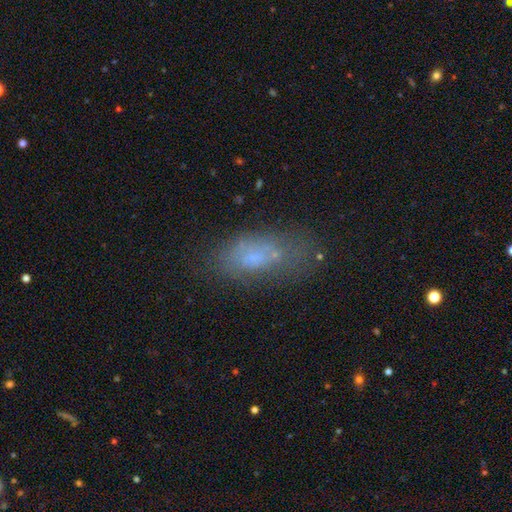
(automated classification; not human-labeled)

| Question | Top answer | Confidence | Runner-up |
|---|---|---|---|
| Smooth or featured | smooth | 59% | featured or disk (26%) |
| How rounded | in between | 79% | cigar-shaped (17%) |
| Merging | none | 55% | minor disturbance (23%) |